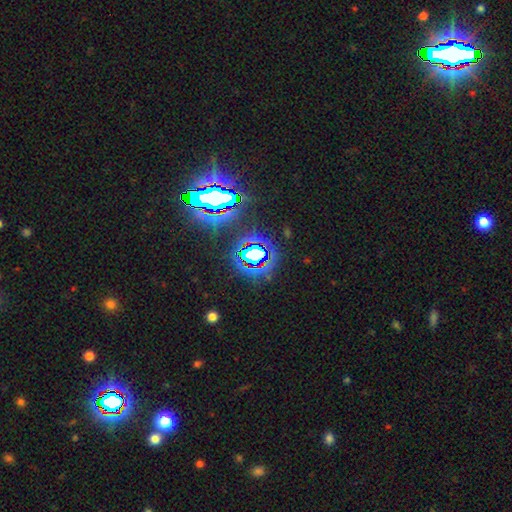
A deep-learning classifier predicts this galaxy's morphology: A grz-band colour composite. It shows a star or artifact, not a galaxy (68%).